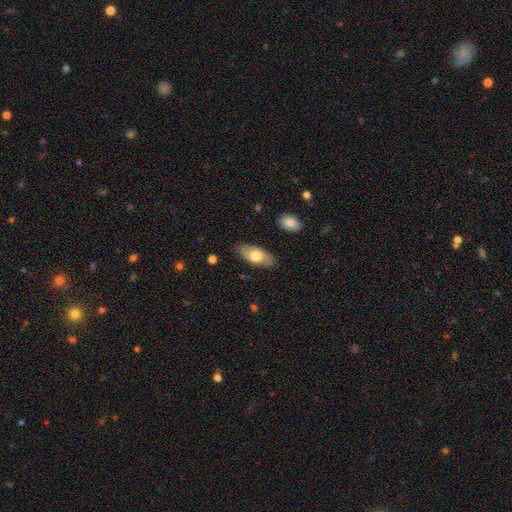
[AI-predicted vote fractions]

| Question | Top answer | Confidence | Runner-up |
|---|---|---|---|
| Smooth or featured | smooth | 69% | featured or disk (25%) |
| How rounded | in between | 87% | cigar-shaped (10%) |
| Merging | none | 84% | minor disturbance (12%) |